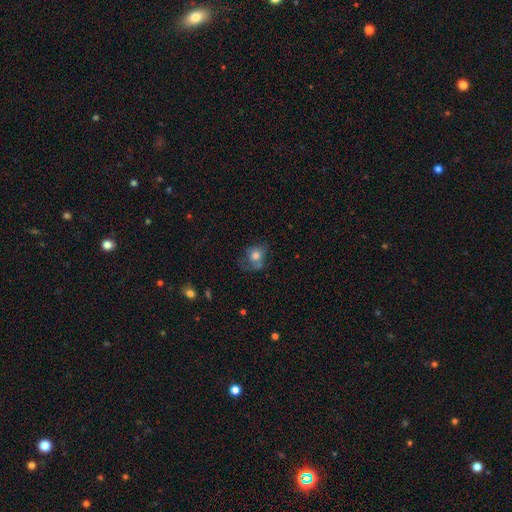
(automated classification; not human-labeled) A smooth galaxy with no disk features (70%) that is round (60%).

Vote fractions:
- Smooth or featured? smooth: 70% / featured or disk: 19% / star or artifact: 11%
- How rounded? round: 60% / in between: 39% / cigar-shaped: 1%
- Merging? none: 41% / minor disturbance: 29% / major disturbance: 24% / merger: 6%